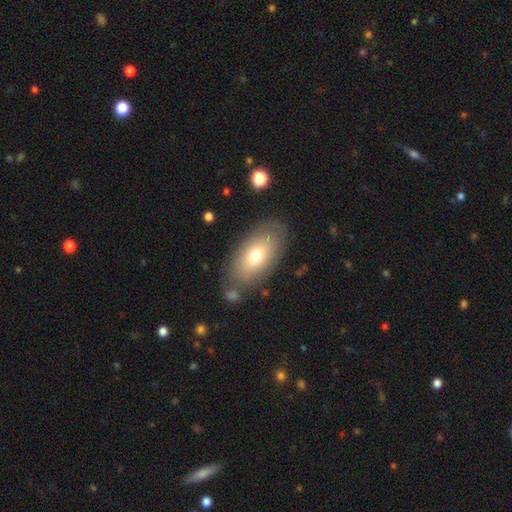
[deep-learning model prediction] Smooth or featured? smooth (67%)
How rounded? in between (91%)
Merging? none (76%)